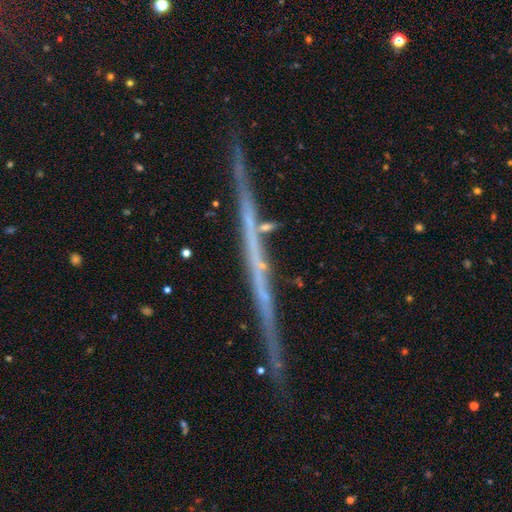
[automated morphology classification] A featured or disk galaxy (66%) viewed edge-on (96%) with no central bulge (88%). Merging: none (88%).